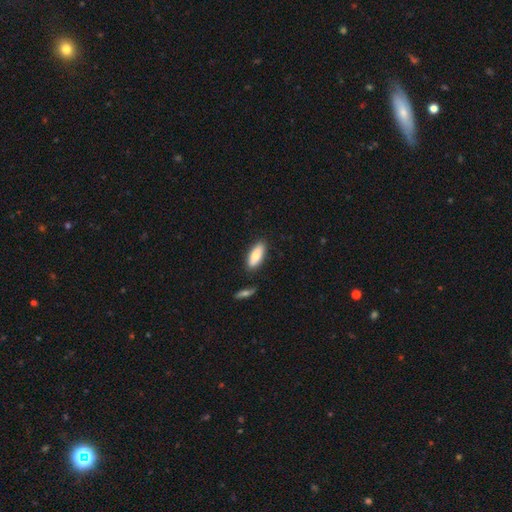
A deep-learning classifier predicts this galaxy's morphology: A smooth galaxy with no disk features (79%) that is in between round and cigar-shaped (74%). Merging: none (84%).